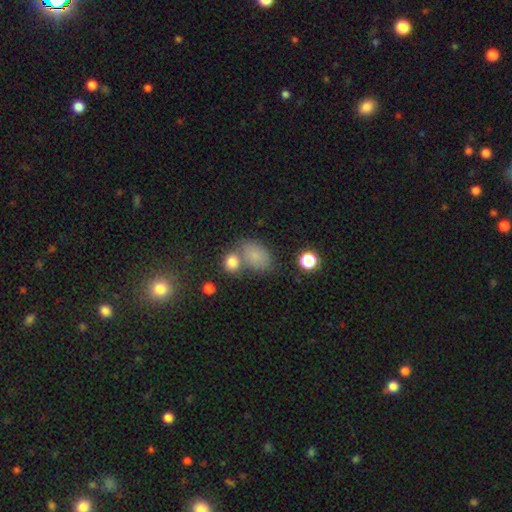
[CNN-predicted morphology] type=smooth (77%); roundness=in between (78%); merging=none (50%).